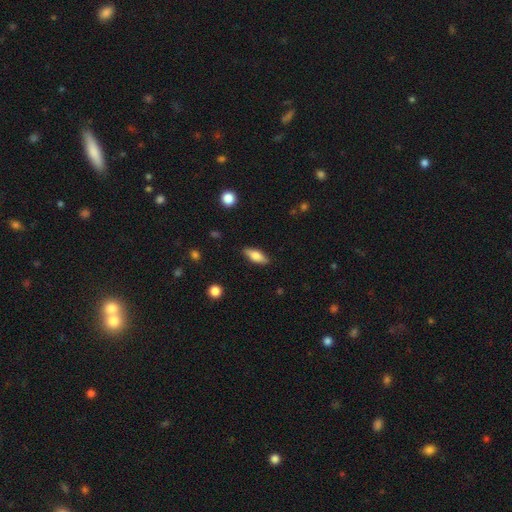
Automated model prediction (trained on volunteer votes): Morphology: type=smooth (73%); roundness=in between (70%); merging=none (87%).